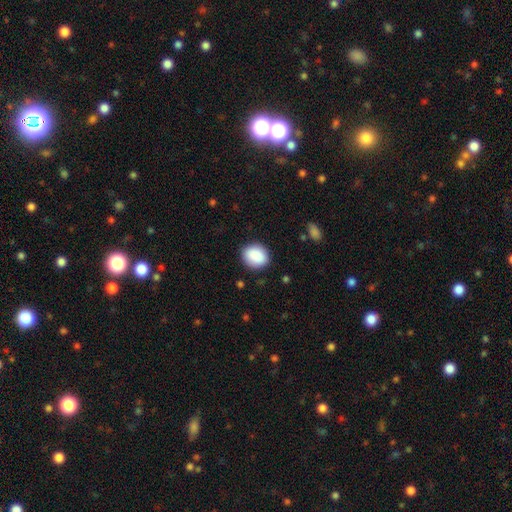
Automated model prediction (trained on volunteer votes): This appears to be a smooth galaxy with no disk features (89%) that is round (61%). Merging: none (86%).